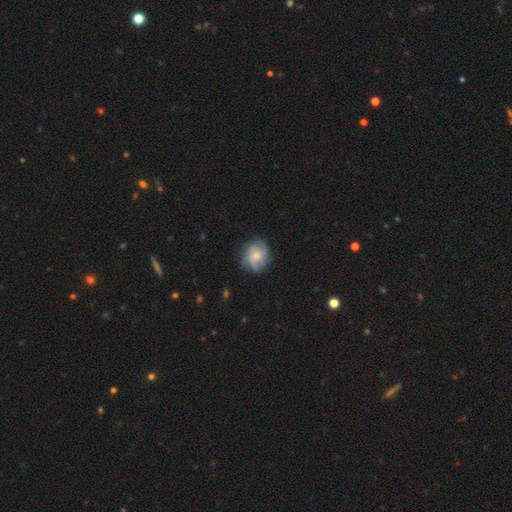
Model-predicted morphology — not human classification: Overall: featured or disk (54%; smooth 39%). Edge-on disk: no (97%). Bar: no (77%). Spiral arms: yes (86%). Bulge size: moderate (46%; small 45%). Merging: none (71%).